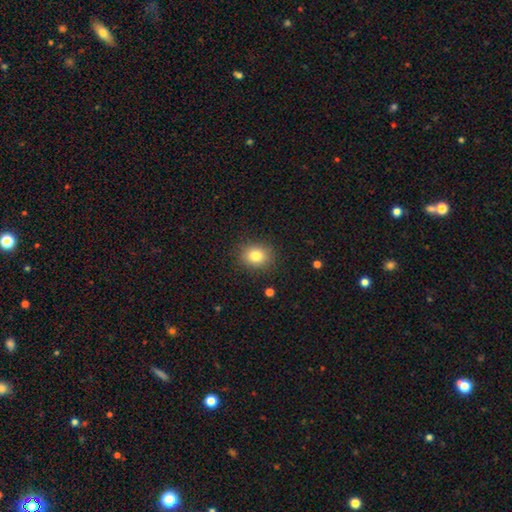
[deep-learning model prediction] smooth_or_featured: smooth (p=0.81) [alt: star or artifact p=0.11]
how_rounded: round (p=0.67) [alt: in between p=0.32]
merging: none (p=0.87) [alt: minor disturbance p=0.09]